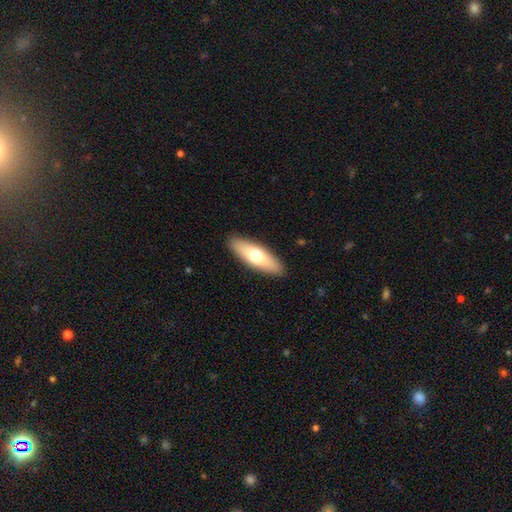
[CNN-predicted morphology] A smooth galaxy with no disk features (63%) that is in between round and cigar-shaped (56%). Merging: none (90%).